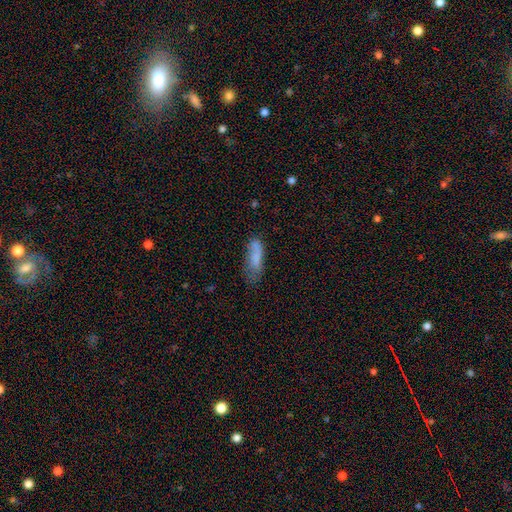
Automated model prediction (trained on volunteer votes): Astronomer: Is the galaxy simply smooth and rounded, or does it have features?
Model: smooth — 74%.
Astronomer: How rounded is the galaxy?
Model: in between — 57% (runner-up: cigar-shaped, 41%).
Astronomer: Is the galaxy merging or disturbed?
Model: none — 43% (runner-up: minor disturbance, 32%).